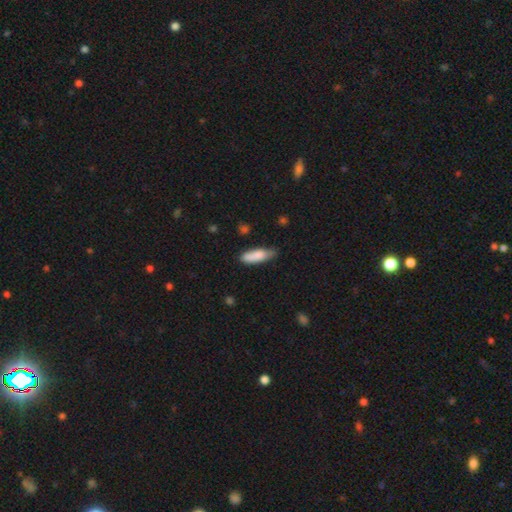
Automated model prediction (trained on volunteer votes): Morphology: type=smooth (82%); roundness=in between (51%); merging=none (65%).